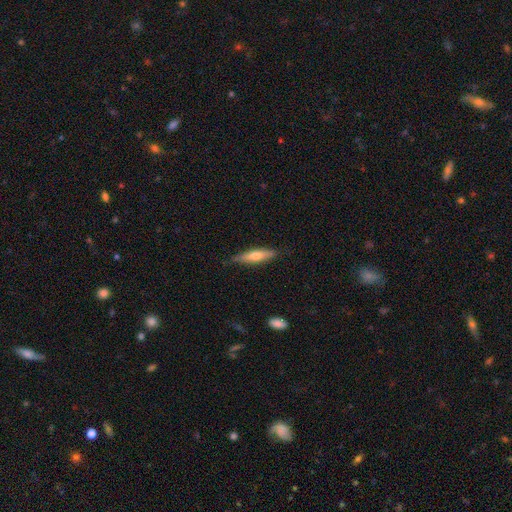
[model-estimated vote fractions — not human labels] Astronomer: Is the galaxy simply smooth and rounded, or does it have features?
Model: smooth — 55% (runner-up: featured or disk, 39%).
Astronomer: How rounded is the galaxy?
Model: cigar-shaped — 77%.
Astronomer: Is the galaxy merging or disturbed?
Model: none — 82%.